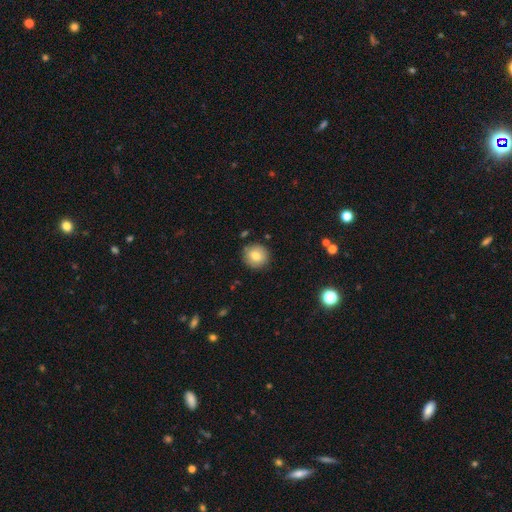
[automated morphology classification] Smooth or featured: smooth — 79% (featured or disk — 11%)
How rounded: round — 93% (in between — 6%)
Merging: none — 88% (minor disturbance — 8%)